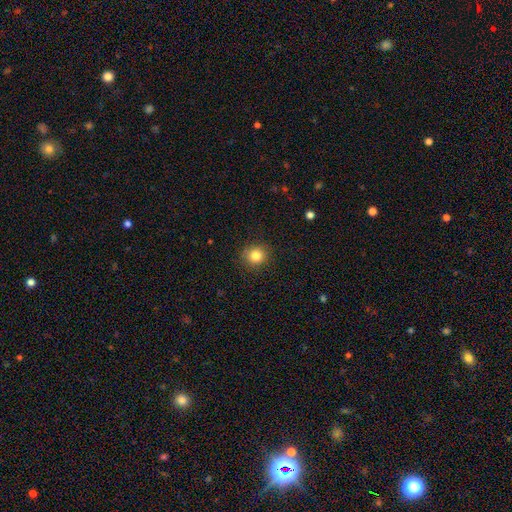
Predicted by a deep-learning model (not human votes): The model was most divided on "smooth or featured": smooth: 83%, star or artifact: 11%, featured or disk: 6%. More confident: merging — none (90%); how rounded — round (89%).